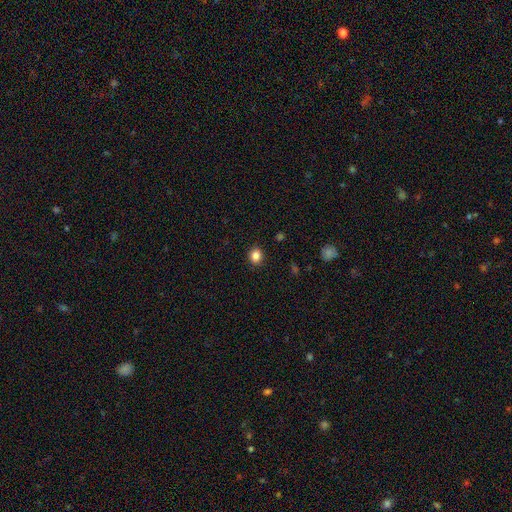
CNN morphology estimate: Smooth or featured? smooth (85%)
How rounded? round (61%)
Merging? none (90%)